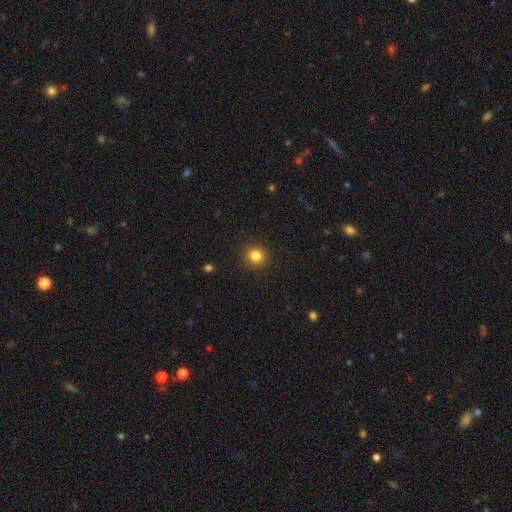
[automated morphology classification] Overall: smooth (83%). How rounded: round (92%). Merging: none (91%).